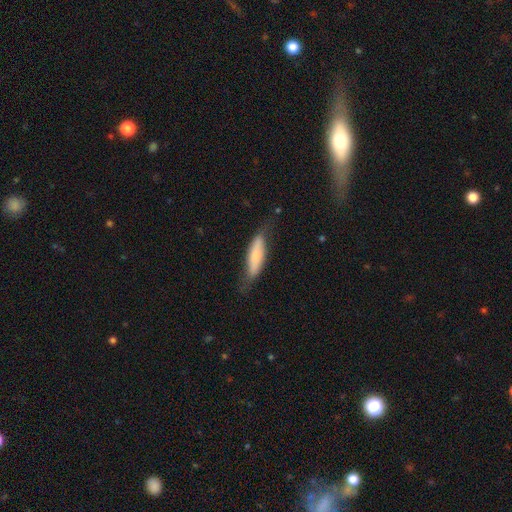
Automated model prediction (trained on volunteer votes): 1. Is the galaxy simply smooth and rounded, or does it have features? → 58% smooth, 36% featured or disk, 6% star or artifact.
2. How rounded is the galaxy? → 58% cigar-shaped, 40% in between, 2% round.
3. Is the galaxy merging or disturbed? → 64% none, 25% minor disturbance, 9% major disturbance, 2% merger.